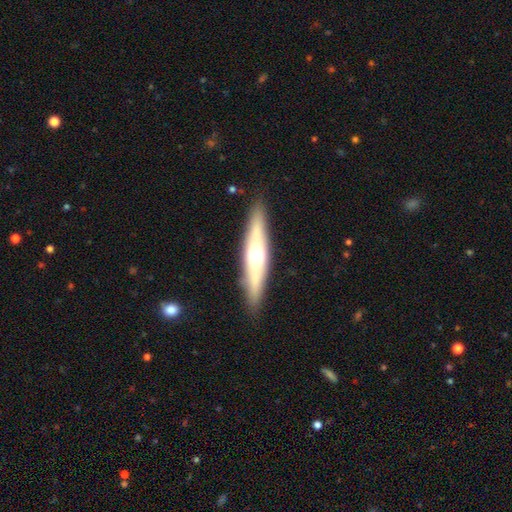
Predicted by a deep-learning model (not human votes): This appears to be a featured or disk galaxy (54%) viewed edge-on (90%). Merging: none (88%).